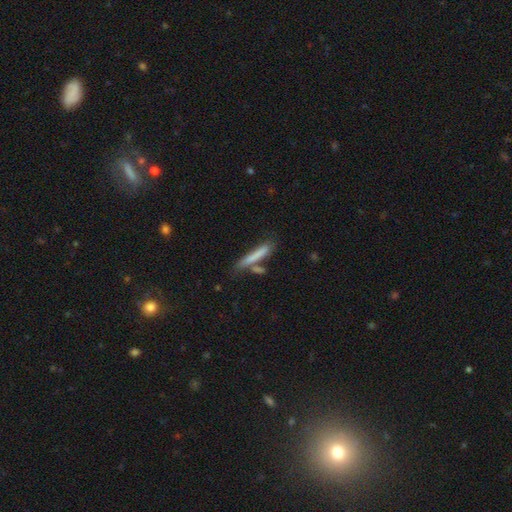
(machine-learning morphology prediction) Smooth or featured?
  - smooth: 75% *
  - featured or disk: 18%
  - star or artifact: 7%
How rounded?
  - cigar-shaped: 92% *
  - in between: 6%
  - round: 2%
Merging?
  - none: 65% *
  - merger: 16%
  - minor disturbance: 15%
  - major disturbance: 5%